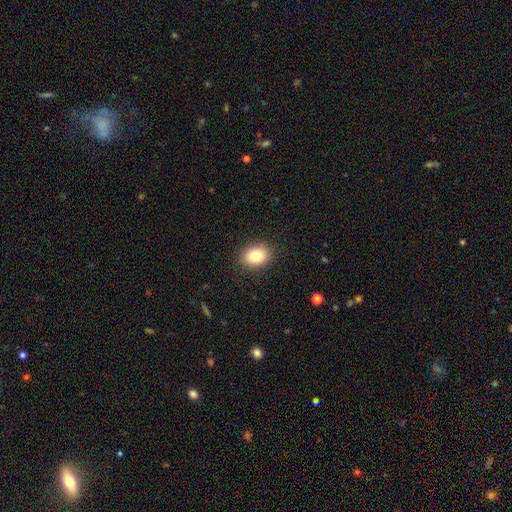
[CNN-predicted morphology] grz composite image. It shows a smooth galaxy with no disk features (84%) that is in between round and cigar-shaped (69%). Merging: none (88%).